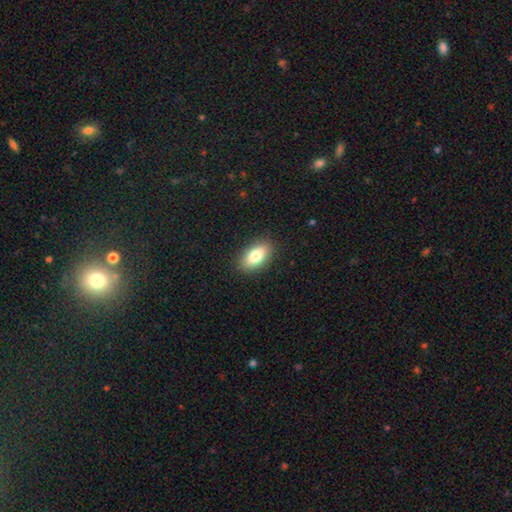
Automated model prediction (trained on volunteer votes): Smooth or featured: smooth — 81% (featured or disk — 12%)
How rounded: in between — 90% (cigar-shaped — 5%)
Merging: none — 88% (minor disturbance — 9%)